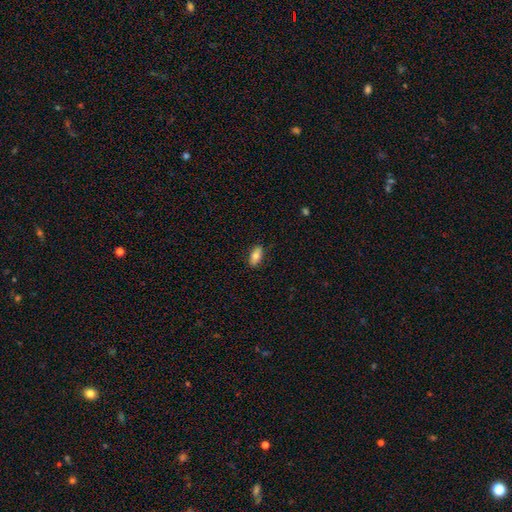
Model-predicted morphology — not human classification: Smooth or featured? Predicted: smooth (p=0.82). How rounded? Predicted: in between (p=0.86). Merging? Predicted: none (p=0.86).